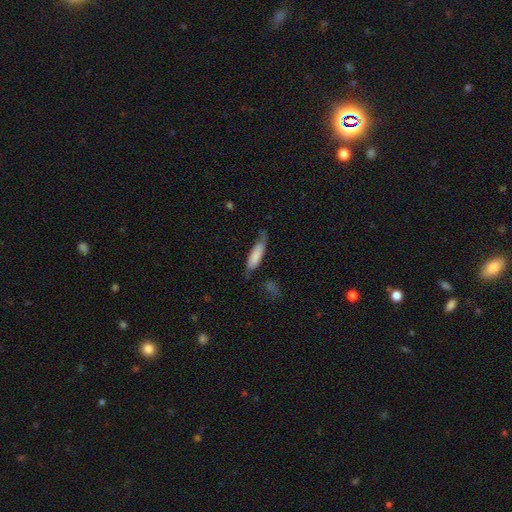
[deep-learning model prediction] Overall: smooth (78%). How rounded: cigar-shaped (63%; in between 35%). Merging: none (52%; minor disturbance 33%).